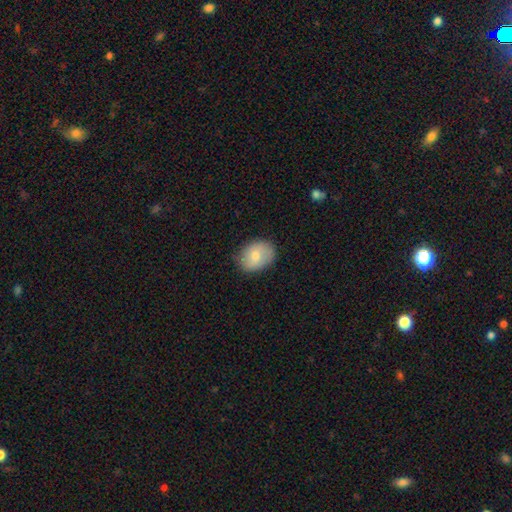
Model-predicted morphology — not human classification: type=smooth (72%); roundness=in between (66%); merging=none (78%).